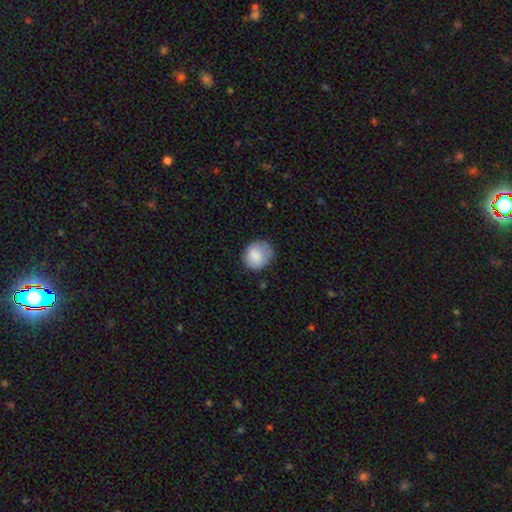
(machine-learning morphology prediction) Overall: smooth (84%). How rounded: round (76%). Merging: none (66%).